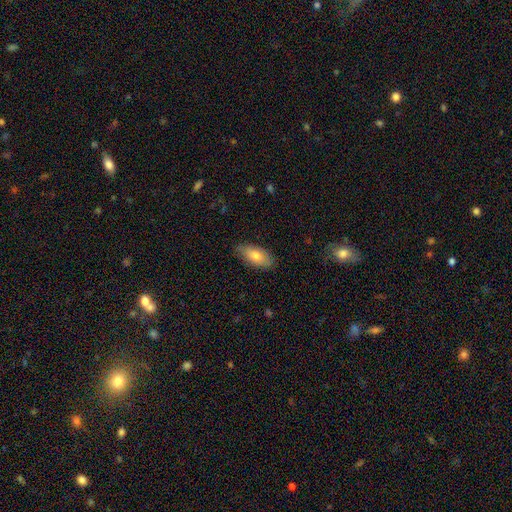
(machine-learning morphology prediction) A smooth galaxy with no disk features (77%) that is in between round and cigar-shaped (88%).

Vote fractions:
- Smooth or featured? smooth: 77% / featured or disk: 17% / star or artifact: 6%
- How rounded? in between: 88% / cigar-shaped: 10% / round: 3%
- Merging? none: 84% / minor disturbance: 12% / major disturbance: 2% / merger: 1%